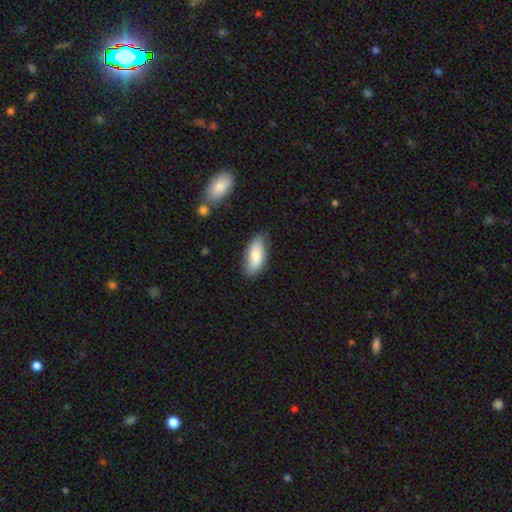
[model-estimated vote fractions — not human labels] smooth 79%, featured or disk 14%, star or artifact 6%. Down the decision tree: how rounded — in between (87%); merging — none (76%).